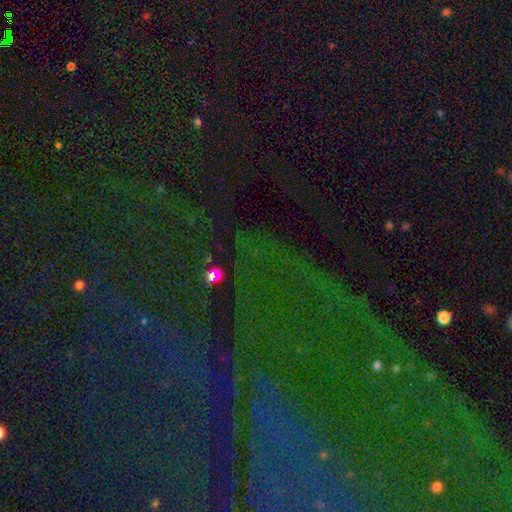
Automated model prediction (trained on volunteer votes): This is clearly a star or artifact rather than a galaxy (80%).